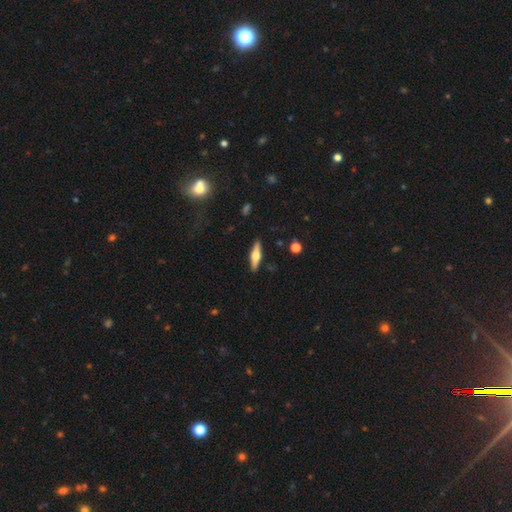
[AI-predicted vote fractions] The model was most divided on "smooth or featured": featured or disk: 58%, smooth: 36%, star or artifact: 6%. More confident: edge-on disk — yes (95%); edge-on bulge — rounded (92%); merging — none (90%).